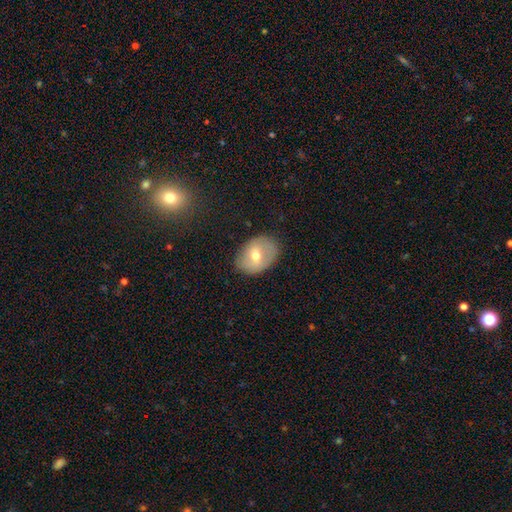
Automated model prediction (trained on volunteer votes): smooth 55%, featured or disk 37%, star or artifact 8%. Down the decision tree: how rounded — in between (76%); merging — none (79%).